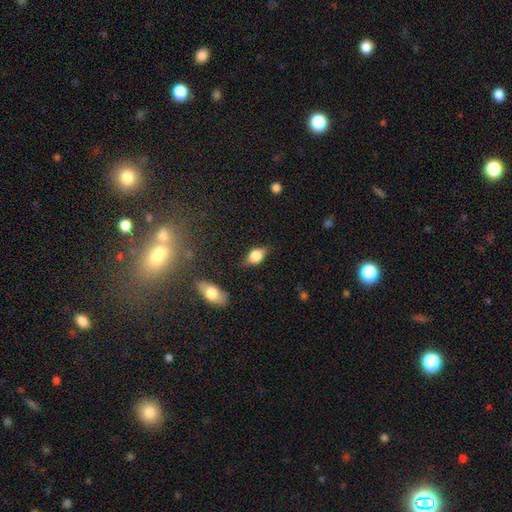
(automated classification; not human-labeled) Smooth or featured?
  - smooth: 64% *
  - featured or disk: 27%
  - star or artifact: 9%
How rounded?
  - in between: 77% *
  - round: 15%
  - cigar-shaped: 7%
Merging?
  - none: 75% *
  - minor disturbance: 18%
  - major disturbance: 5%
  - merger: 2%